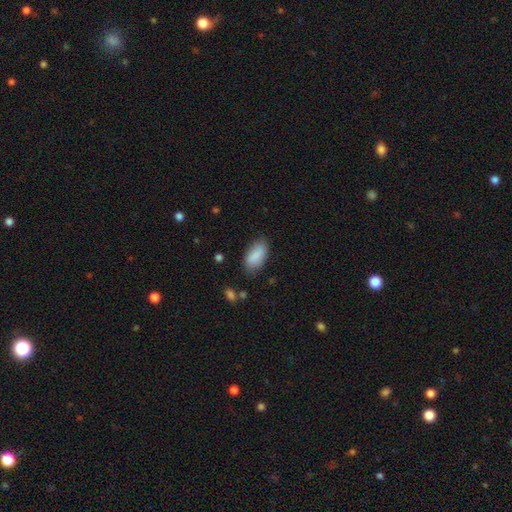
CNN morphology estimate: Q: Smooth or featured?
A: smooth (88%); runner-up: star or artifact (7%)
Q: How rounded?
A: in between (92%); runner-up: cigar-shaped (5%)
Q: Merging?
A: none (79%); runner-up: minor disturbance (16%)